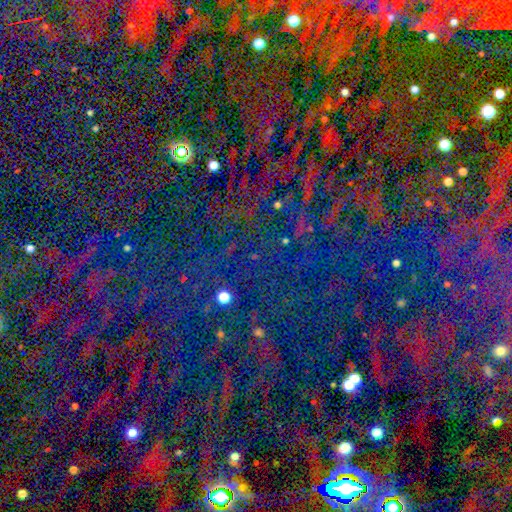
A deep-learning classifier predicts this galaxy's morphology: smooth-or-featured: star or artifact: 80% | smooth: 12% | featured or disk: 8%